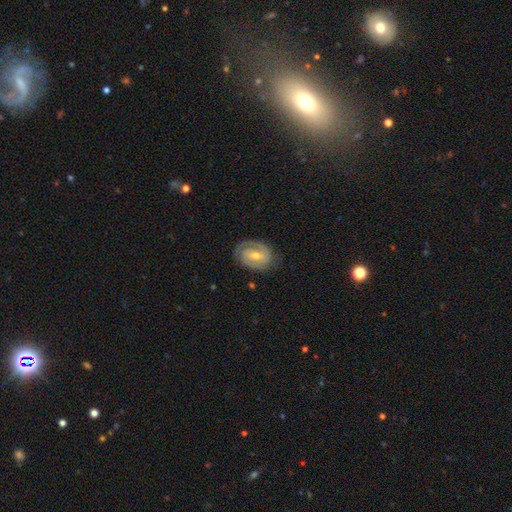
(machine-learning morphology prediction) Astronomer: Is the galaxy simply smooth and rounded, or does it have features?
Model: featured or disk — 77%.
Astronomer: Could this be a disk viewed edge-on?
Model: no — 96%.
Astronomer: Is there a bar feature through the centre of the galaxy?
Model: weak — 48% (runner-up: no, 29%).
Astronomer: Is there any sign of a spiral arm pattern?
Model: yes — 89%.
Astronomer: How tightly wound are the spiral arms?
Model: tight — 56% (runner-up: medium, 34%).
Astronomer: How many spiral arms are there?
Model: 2 — 70%.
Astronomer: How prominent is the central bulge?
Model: moderate — 49% (runner-up: small, 47%).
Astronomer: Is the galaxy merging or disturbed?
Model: none — 78%.